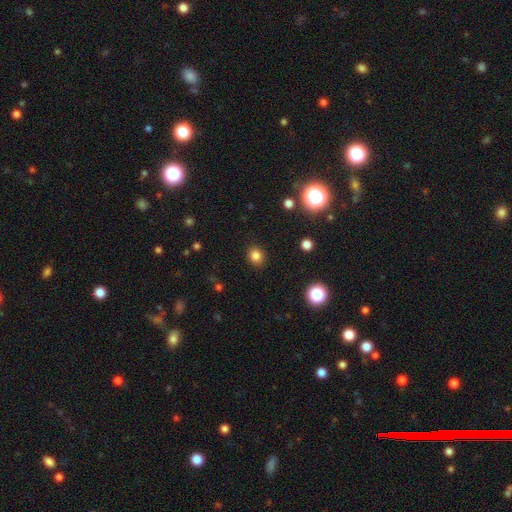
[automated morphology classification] Smooth or featured? Predicted: smooth (p=0.82). How rounded? Predicted: round (p=0.70). Merging? Predicted: none (p=0.89).